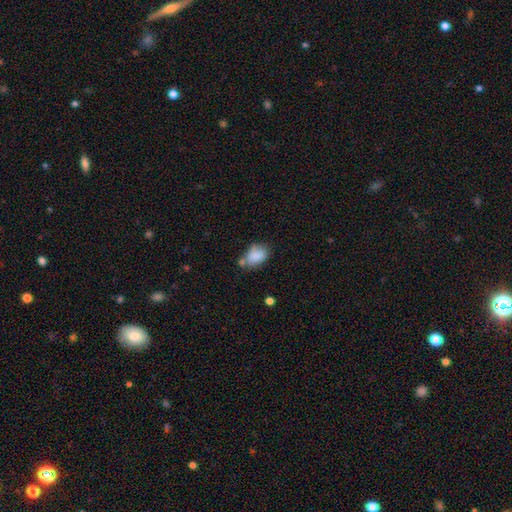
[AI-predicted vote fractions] Q: Smooth or featured?
A: smooth (83%); runner-up: featured or disk (9%)
Q: How rounded?
A: in between (80%); runner-up: round (18%)
Q: Merging?
A: none (45%); runner-up: minor disturbance (27%)